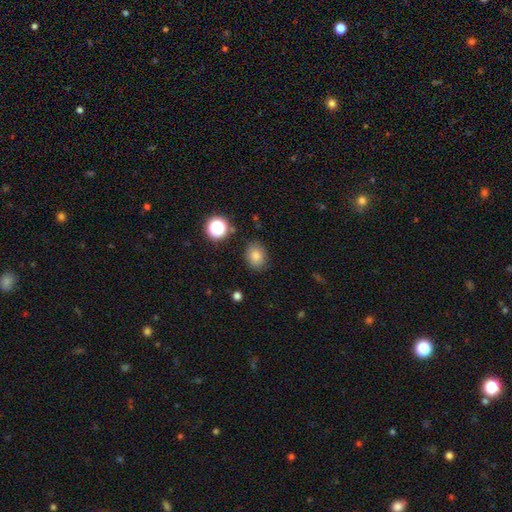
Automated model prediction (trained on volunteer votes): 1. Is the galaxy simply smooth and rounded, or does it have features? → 82% smooth, 12% star or artifact, 6% featured or disk.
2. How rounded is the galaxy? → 51% round, 48% in between, 1% cigar-shaped.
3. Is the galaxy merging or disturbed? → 83% none, 12% minor disturbance, 3% major disturbance, 2% merger.